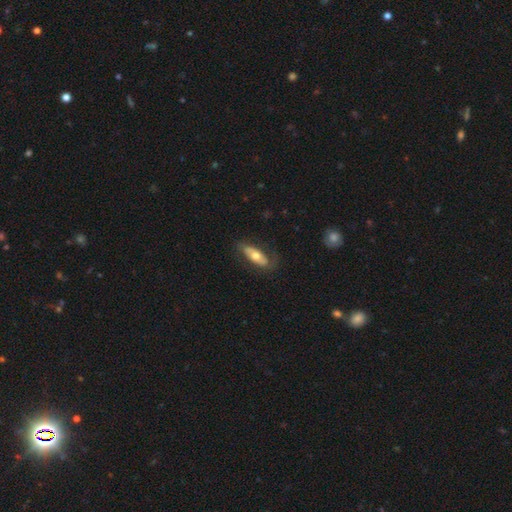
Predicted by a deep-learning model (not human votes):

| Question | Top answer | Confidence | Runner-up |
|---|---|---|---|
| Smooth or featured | smooth | 51% | featured or disk (43%) |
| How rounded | in between | 73% | cigar-shaped (24%) |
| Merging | none | 71% | minor disturbance (19%) |